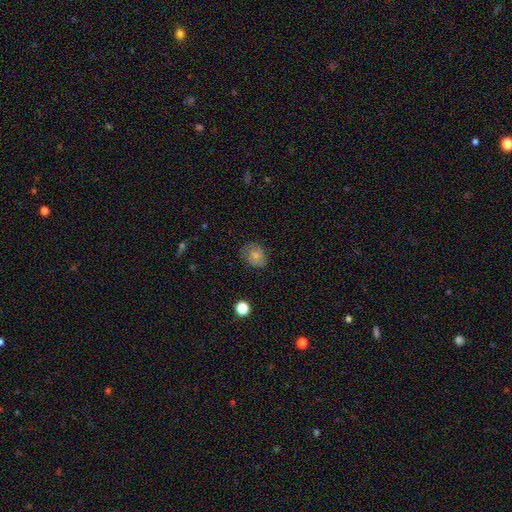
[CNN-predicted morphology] smooth 78%, featured or disk 13%, star or artifact 10%. Down the decision tree: how rounded — round (59%); merging — none (74%).